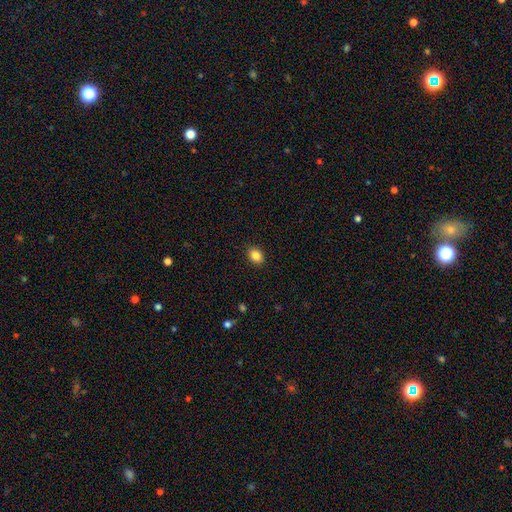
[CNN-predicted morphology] smooth-or-featured: smooth: 86% | star or artifact: 9% | featured or disk: 5%
  how-rounded: in between: 65% | round: 34% | cigar-shaped: 1%
  merging: none: 90% | minor disturbance: 7% | major disturbance: 2% | merger: 1%